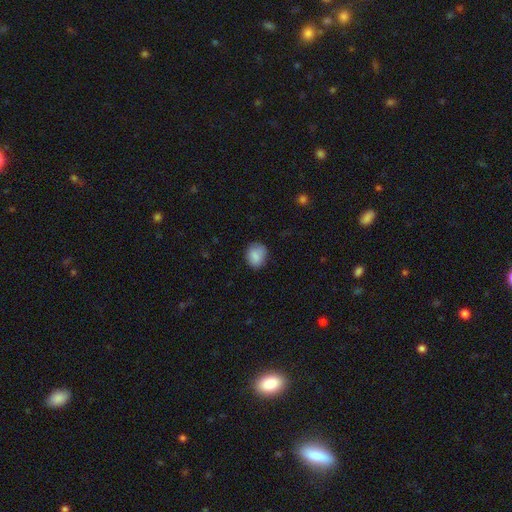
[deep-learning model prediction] smooth_or_featured: smooth (p=0.86) [alt: star or artifact p=0.08]
how_rounded: round (p=0.51) [alt: in between p=0.48]
merging: none (p=0.74) [alt: minor disturbance p=0.20]